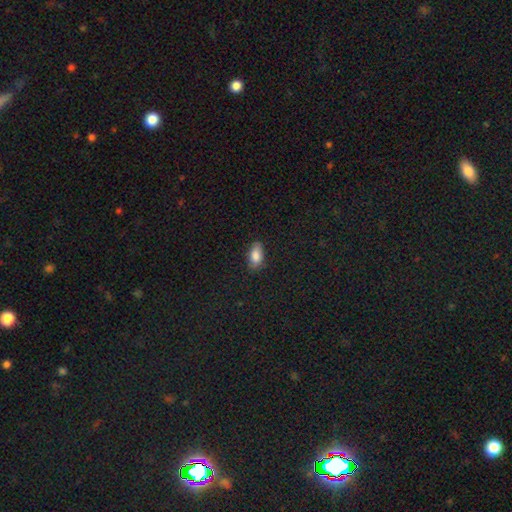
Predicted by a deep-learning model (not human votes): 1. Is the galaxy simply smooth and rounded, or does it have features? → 85% smooth, 8% star or artifact, 7% featured or disk.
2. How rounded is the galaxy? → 91% in between, 5% cigar-shaped, 5% round.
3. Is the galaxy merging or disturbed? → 80% none, 16% minor disturbance, 3% major disturbance, 1% merger.